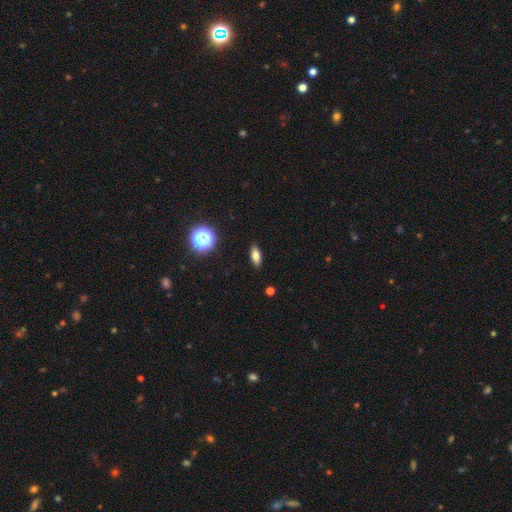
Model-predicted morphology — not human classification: This is likely a smooth galaxy (74%). How rounded: likely in between (76%). Merging: clearly none (89%).